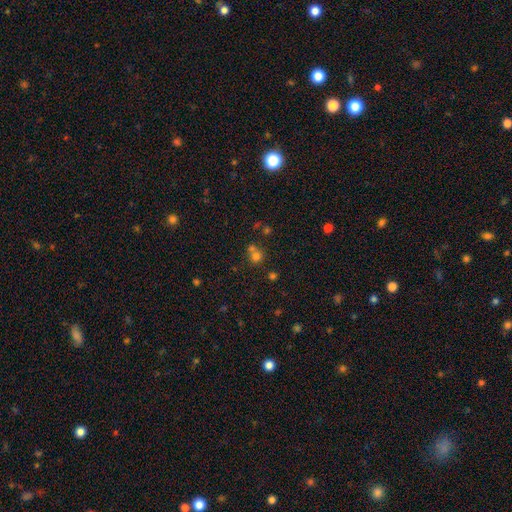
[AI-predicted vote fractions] This is likely a smooth galaxy (69%). How rounded: clearly round (82%). Merging: possibly none (47%).